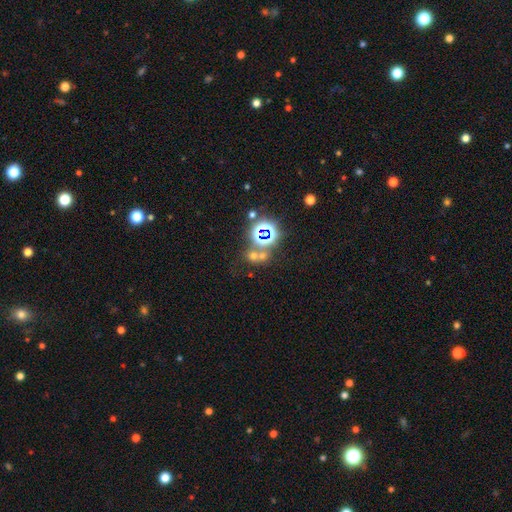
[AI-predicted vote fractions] The model was most divided on "smooth or featured": star or artifact: 46%, smooth: 43%, featured or disk: 11%.